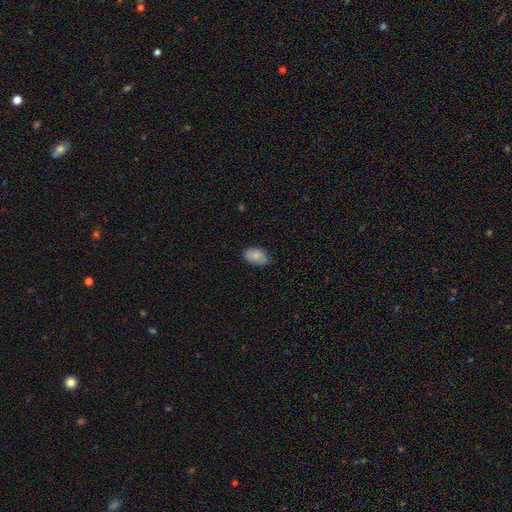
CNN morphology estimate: This appears to be a smooth galaxy with no disk features (83%) that is in between round and cigar-shaped (91%). Merging: none (75%).